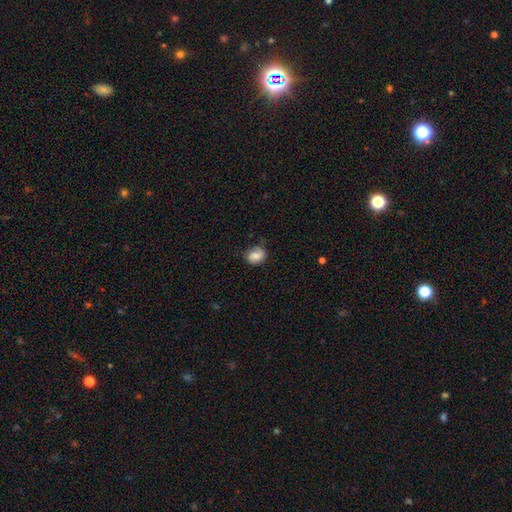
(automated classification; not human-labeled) Smooth or featured: smooth — 72% (featured or disk — 19%)
How rounded: round — 56% (in between — 43%)
Merging: none — 66% (minor disturbance — 26%)